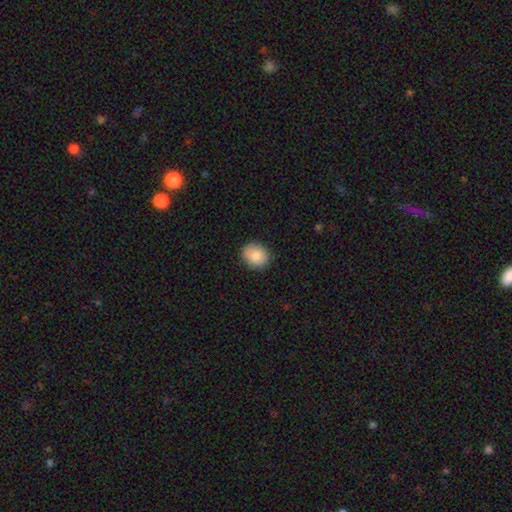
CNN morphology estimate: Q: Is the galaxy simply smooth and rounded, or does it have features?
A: smooth — 85%.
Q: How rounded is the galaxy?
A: round — 57%.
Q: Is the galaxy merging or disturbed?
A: none — 85%.